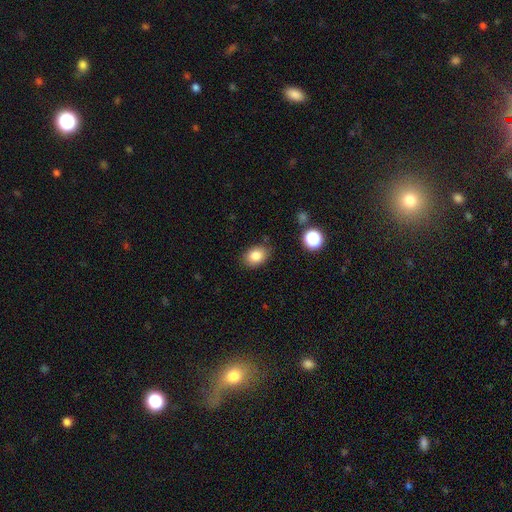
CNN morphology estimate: This appears to be a smooth galaxy with no disk features (84%) that is in between round and cigar-shaped (70%). Merging: none (81%).